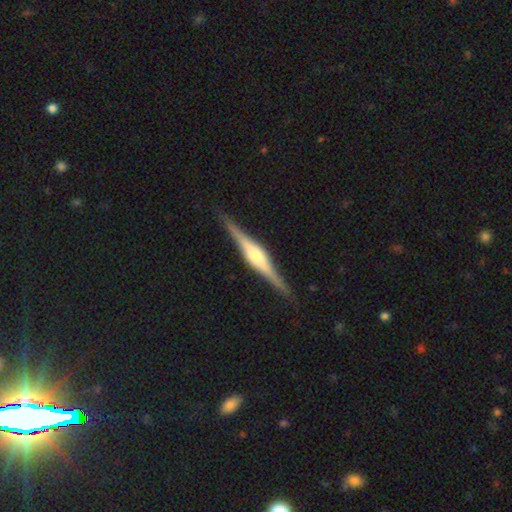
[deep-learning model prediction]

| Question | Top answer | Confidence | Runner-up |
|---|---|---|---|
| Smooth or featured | featured or disk | 83% | smooth (12%) |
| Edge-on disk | yes | 98% | no (2%) |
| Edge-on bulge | rounded | 77% | boxy (19%) |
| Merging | none | 91% | minor disturbance (7%) |